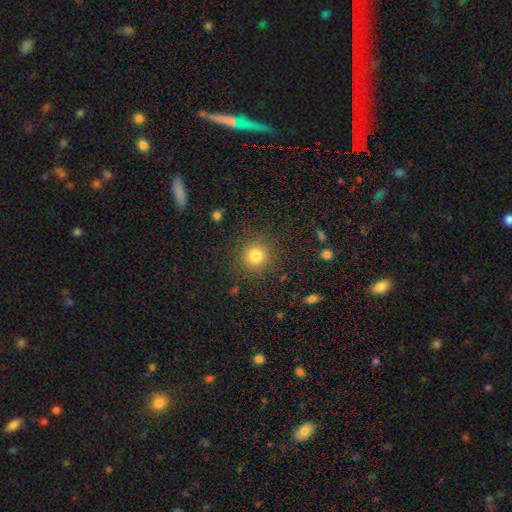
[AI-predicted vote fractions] smooth 80%, star or artifact 13%, featured or disk 6%. Down the decision tree: how rounded — round (93%); merging — none (88%).